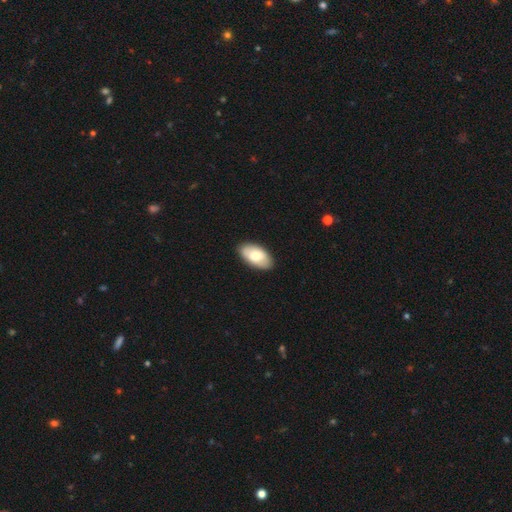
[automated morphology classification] A smooth galaxy with no disk features (73%) that is in between round and cigar-shaped (95%). Merging: none (88%).